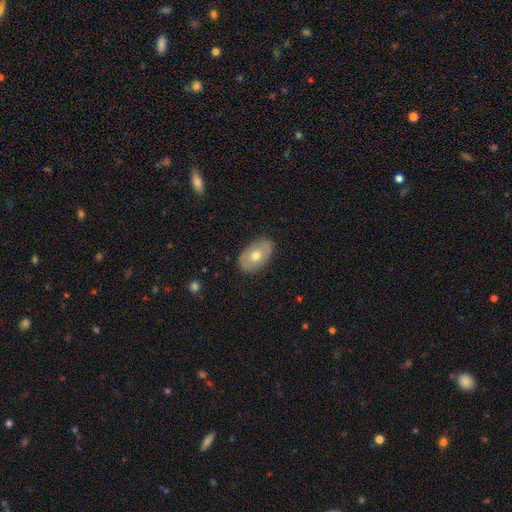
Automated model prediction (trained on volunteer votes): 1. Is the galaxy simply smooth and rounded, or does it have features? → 54% smooth, 40% featured or disk, 6% star or artifact.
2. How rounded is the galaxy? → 87% in between, 11% round, 1% cigar-shaped.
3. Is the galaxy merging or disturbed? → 82% none, 14% minor disturbance, 3% major disturbance, 1% merger.